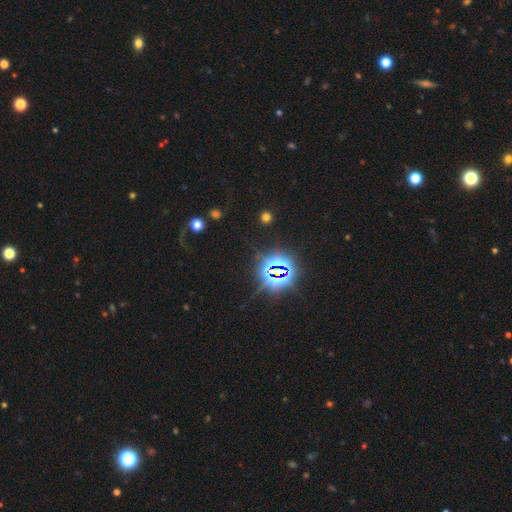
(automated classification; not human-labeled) A star or artifact, not a galaxy (81%).